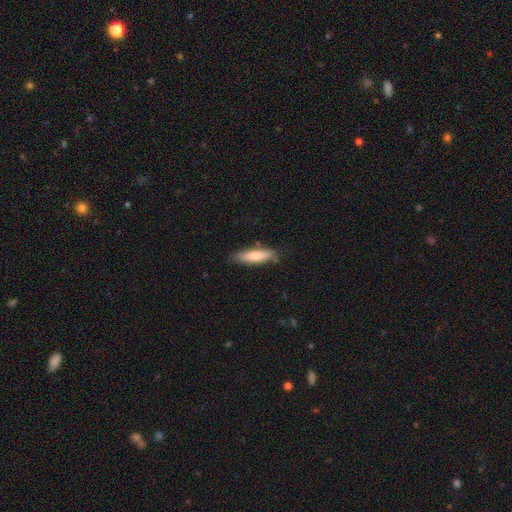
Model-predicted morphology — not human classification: The model was most divided on "how rounded": cigar-shaped: 65%, in between: 33%, round: 2%. More confident: merging — none (81%); smooth or featured — smooth (79%).